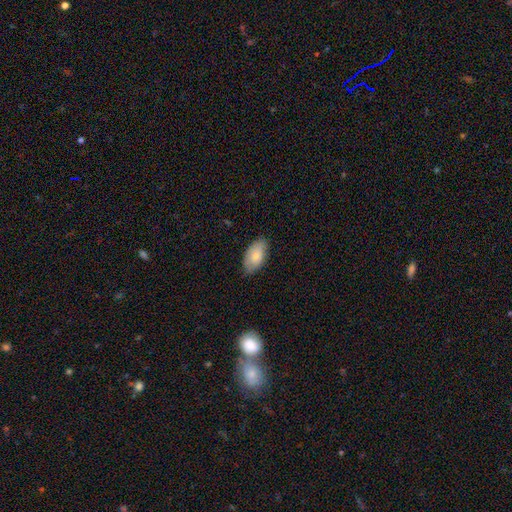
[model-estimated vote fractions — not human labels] This appears to be a smooth galaxy with no disk features (77%) that is in between round and cigar-shaped (94%). Merging: none (76%).